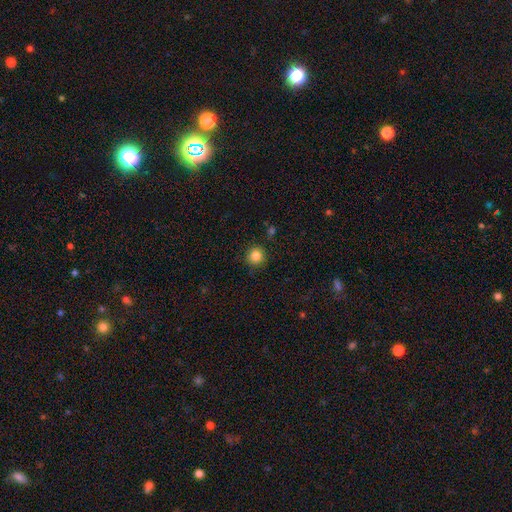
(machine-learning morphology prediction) Overall: smooth (85%). How rounded: round (93%). Merging: none (88%).